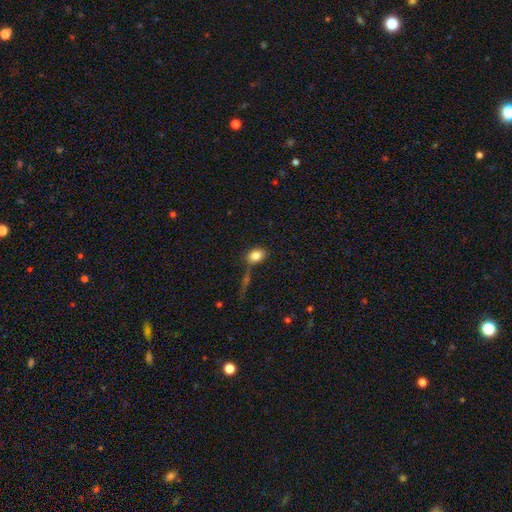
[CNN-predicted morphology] smooth 82%, star or artifact 9%, featured or disk 9%. Down the decision tree: how rounded — in between (73%); merging — none (60%).